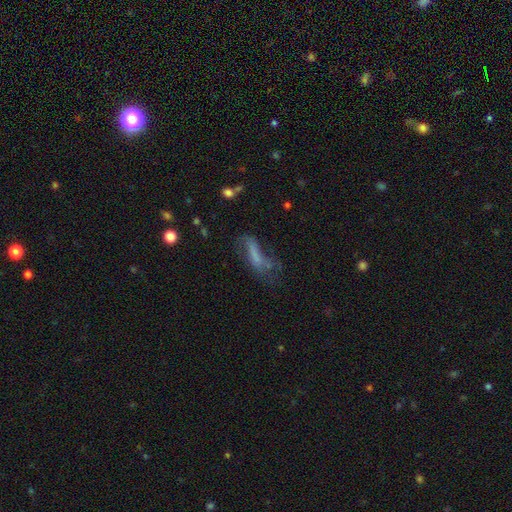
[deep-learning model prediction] A smooth galaxy with no disk features (50%) that is cigar-shaped (51%).

Vote fractions:
- Smooth or featured? smooth: 50% / featured or disk: 34% / star or artifact: 16%
- How rounded? cigar-shaped: 51% / in between: 46% / round: 3%
- Merging? major disturbance: 36% / none: 33% / minor disturbance: 23% / merger: 8%